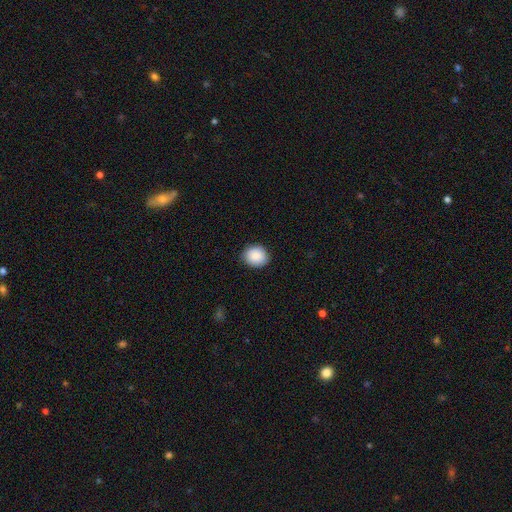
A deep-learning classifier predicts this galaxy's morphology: A smooth galaxy with no disk features (89%) that is round (72%).

Vote fractions:
- Smooth or featured? smooth: 89% / star or artifact: 7% / featured or disk: 4%
- How rounded? round: 72% / in between: 27% / cigar-shaped: 1%
- Merging? none: 87% / minor disturbance: 10% / major disturbance: 2% / merger: 1%